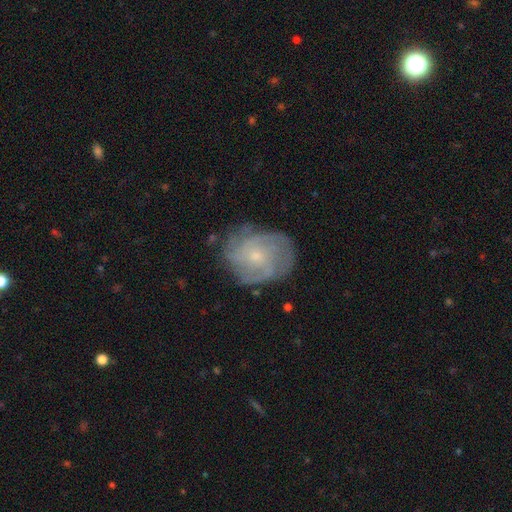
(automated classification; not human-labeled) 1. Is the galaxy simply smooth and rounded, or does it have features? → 74% featured or disk, 18% smooth, 8% star or artifact.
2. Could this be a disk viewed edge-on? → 97% no, 3% yes.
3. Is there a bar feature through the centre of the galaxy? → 76% no, 22% weak, 3% strong.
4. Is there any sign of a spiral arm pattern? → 90% yes, 10% no.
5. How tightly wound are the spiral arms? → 55% tight, 34% medium, 11% loose.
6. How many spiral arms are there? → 39% can't tell, 19% 4, 18% 3, 11% 2, 6% more than 4, 6% 1.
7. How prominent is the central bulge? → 65% small, 30% moderate, 3% none, 1% large, 1% dominant.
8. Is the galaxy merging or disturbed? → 73% none, 19% minor disturbance, 7% major disturbance, 1% merger.